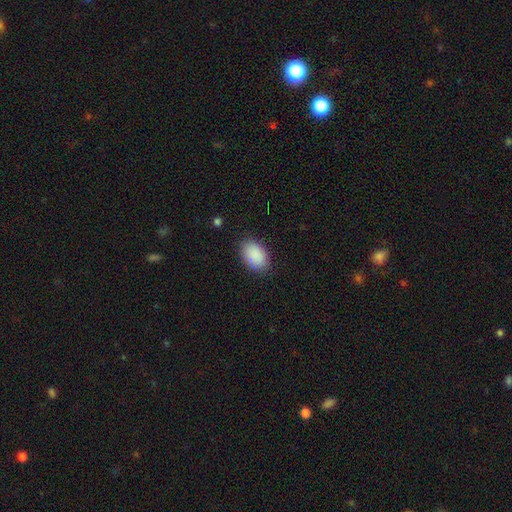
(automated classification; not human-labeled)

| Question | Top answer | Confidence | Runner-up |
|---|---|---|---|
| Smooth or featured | smooth | 89% | star or artifact (7%) |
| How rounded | in between | 88% | round (11%) |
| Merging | none | 84% | minor disturbance (12%) |